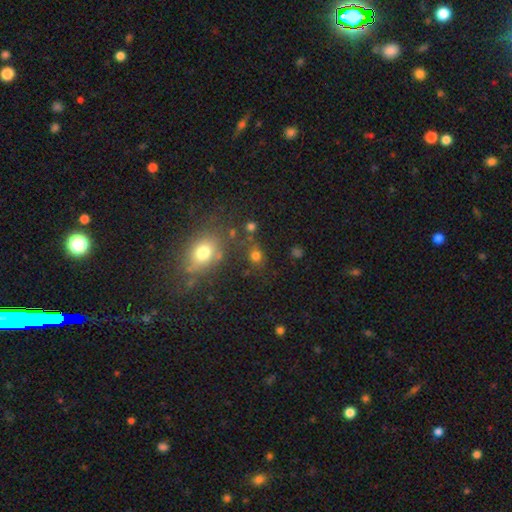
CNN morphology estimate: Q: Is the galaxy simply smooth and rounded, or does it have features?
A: smooth — 74%.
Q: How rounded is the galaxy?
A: round — 72%.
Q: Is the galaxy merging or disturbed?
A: none — 71%.